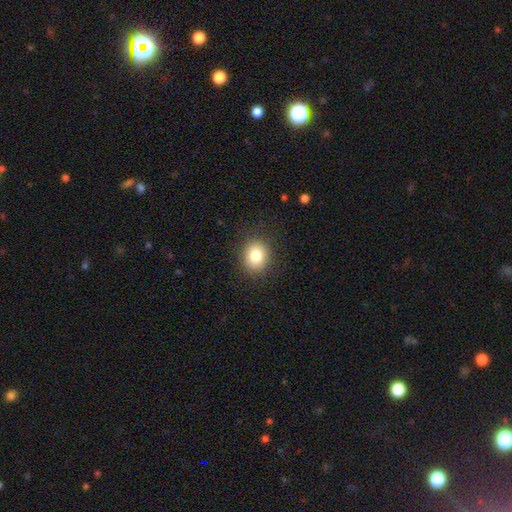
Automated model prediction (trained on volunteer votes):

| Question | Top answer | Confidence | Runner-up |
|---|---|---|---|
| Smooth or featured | smooth | 82% | star or artifact (10%) |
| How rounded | round | 68% | in between (31%) |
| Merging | none | 88% | minor disturbance (8%) |